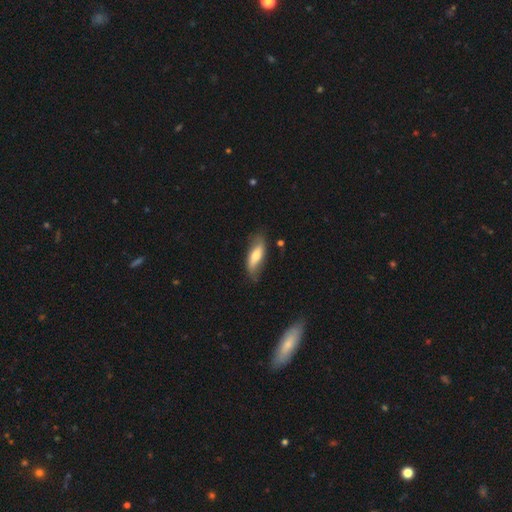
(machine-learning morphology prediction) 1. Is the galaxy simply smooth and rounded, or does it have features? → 58% smooth, 35% featured or disk, 6% star or artifact.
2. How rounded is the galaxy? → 64% in between, 33% cigar-shaped, 3% round.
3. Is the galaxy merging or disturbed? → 67% none, 25% minor disturbance, 6% major disturbance, 2% merger.